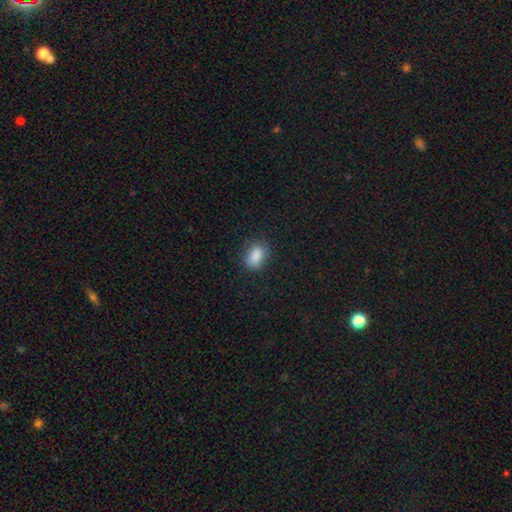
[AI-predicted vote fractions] Smooth or featured?
  - smooth: 86% *
  - star or artifact: 9%
  - featured or disk: 5%
How rounded?
  - in between: 79% *
  - round: 18%
  - cigar-shaped: 2%
Merging?
  - none: 81% *
  - minor disturbance: 14%
  - major disturbance: 3%
  - merger: 1%